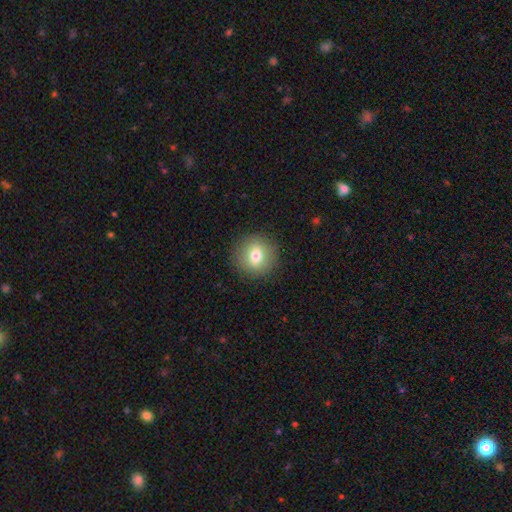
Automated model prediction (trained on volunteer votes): A smooth galaxy with no disk features (70%) that is round (89%).

Vote fractions:
- Smooth or featured? smooth: 70% / featured or disk: 20% / star or artifact: 10%
- How rounded? round: 89% / in between: 10% / cigar-shaped: 1%
- Merging? none: 89% / minor disturbance: 7% / major disturbance: 3% / merger: 1%